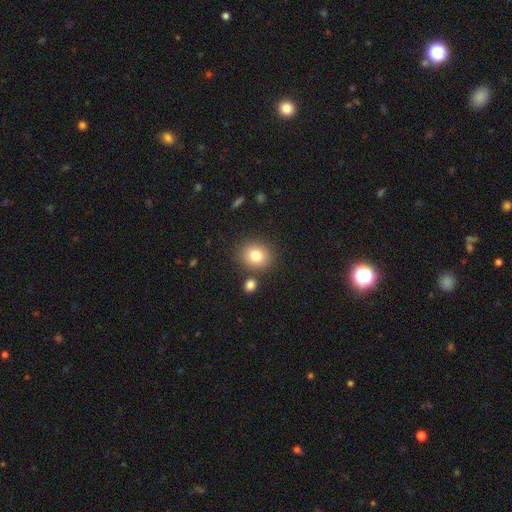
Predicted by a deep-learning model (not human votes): Smooth or featured: smooth — 80% (star or artifact — 11%)
How rounded: round — 74% (in between — 25%)
Merging: none — 81% (minor disturbance — 9%)